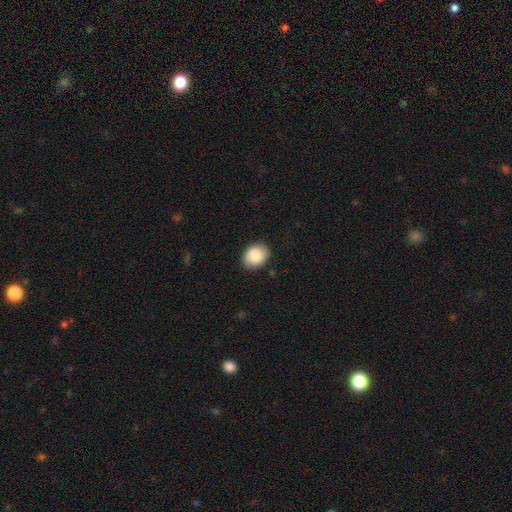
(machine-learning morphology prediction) smooth 85%, featured or disk 8%, star or artifact 7%. Down the decision tree: how rounded — in between (63%); merging — none (86%).